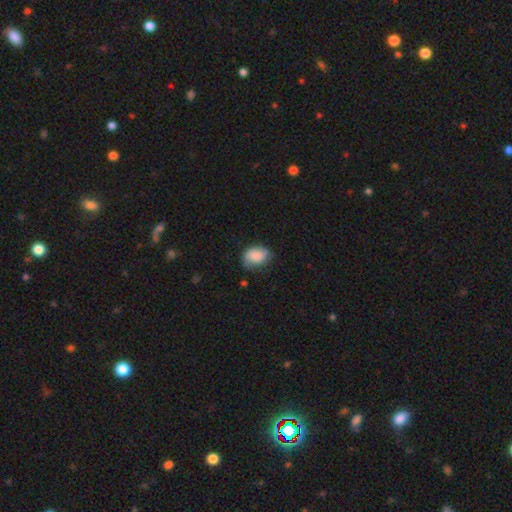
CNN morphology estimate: Smooth or featured: smooth — 83% (featured or disk — 9%)
How rounded: in between — 74% (round — 25%)
Merging: none — 63% (minor disturbance — 29%)